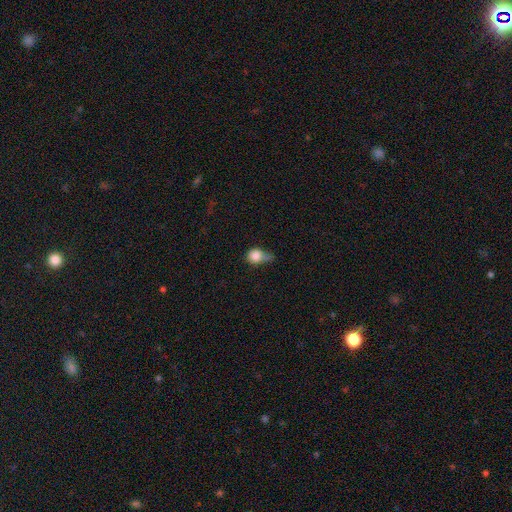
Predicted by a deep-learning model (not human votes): smooth-or-featured: smooth: 82% | star or artifact: 9% | featured or disk: 9%
  how-rounded: round: 70% | in between: 29% | cigar-shaped: 2%
  merging: minor disturbance: 37% | none: 29% | major disturbance: 22% | merger: 12%